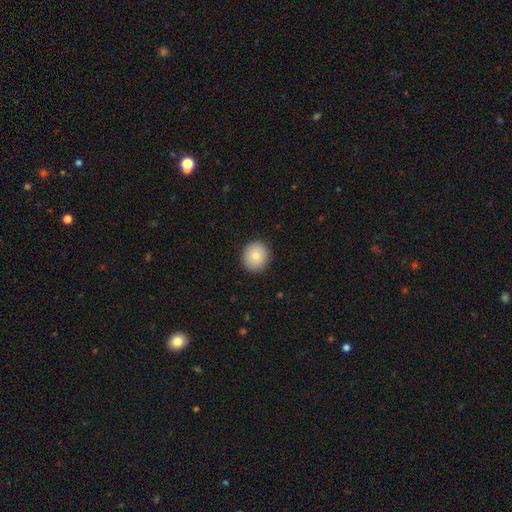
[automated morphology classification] Q: Smooth or featured?
A: smooth (83%); runner-up: featured or disk (8%)
Q: How rounded?
A: round (87%); runner-up: in between (12%)
Q: Merging?
A: none (91%); runner-up: minor disturbance (6%)